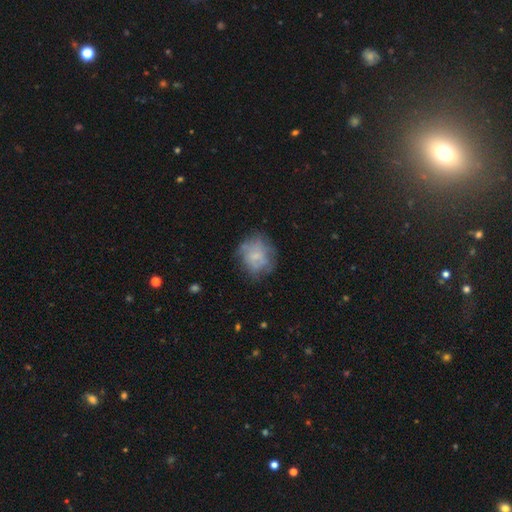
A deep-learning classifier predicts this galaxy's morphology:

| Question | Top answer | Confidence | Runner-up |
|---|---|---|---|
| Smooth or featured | smooth | 52% | featured or disk (38%) |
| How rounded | round | 73% | in between (26%) |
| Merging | none | 58% | minor disturbance (24%) |